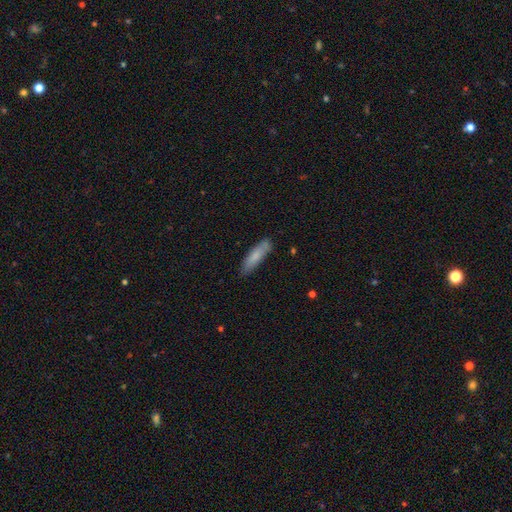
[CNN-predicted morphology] type=smooth (76%); roundness=cigar-shaped (69%); merging=none (80%).